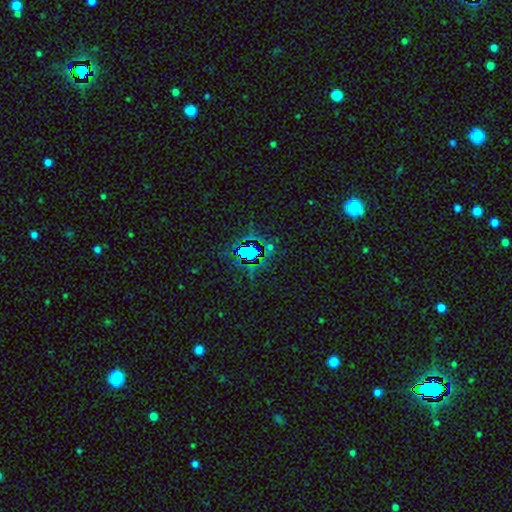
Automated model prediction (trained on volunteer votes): This is likely a star or artifact rather than a galaxy (70%).